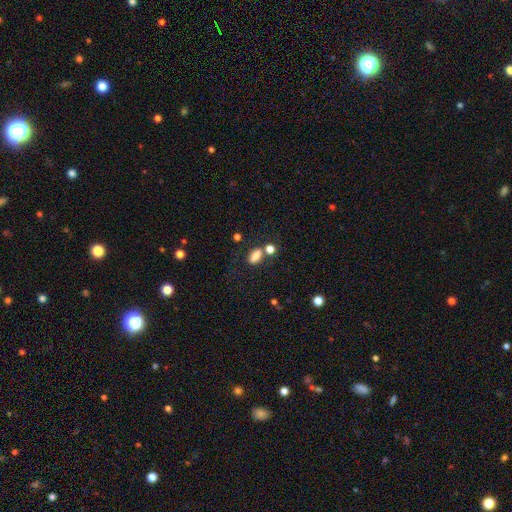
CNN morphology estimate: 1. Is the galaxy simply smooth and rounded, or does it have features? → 80% smooth, 12% star or artifact, 8% featured or disk.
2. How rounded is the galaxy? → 82% in between, 12% round, 6% cigar-shaped.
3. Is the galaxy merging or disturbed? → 59% none, 21% merger, 14% minor disturbance, 6% major disturbance.